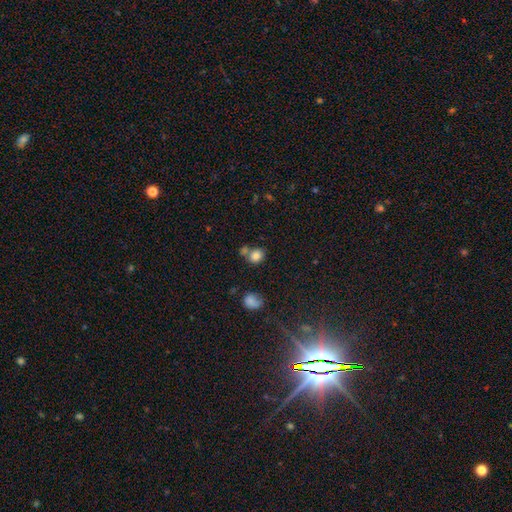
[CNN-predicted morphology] smooth-or-featured: smooth: 82% | star or artifact: 11% | featured or disk: 7%
  how-rounded: round: 71% | in between: 28% | cigar-shaped: 1%
  merging: none: 56% | merger: 27% | minor disturbance: 13% | major disturbance: 5%